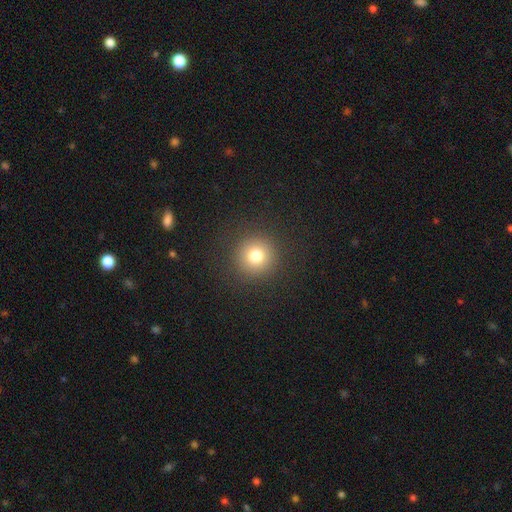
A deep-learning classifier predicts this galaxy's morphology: Smooth or featured?
  - smooth: 77% *
  - star or artifact: 14%
  - featured or disk: 9%
How rounded?
  - round: 95% *
  - in between: 4%
  - cigar-shaped: 1%
Merging?
  - none: 90% *
  - minor disturbance: 5%
  - major disturbance: 3%
  - merger: 1%